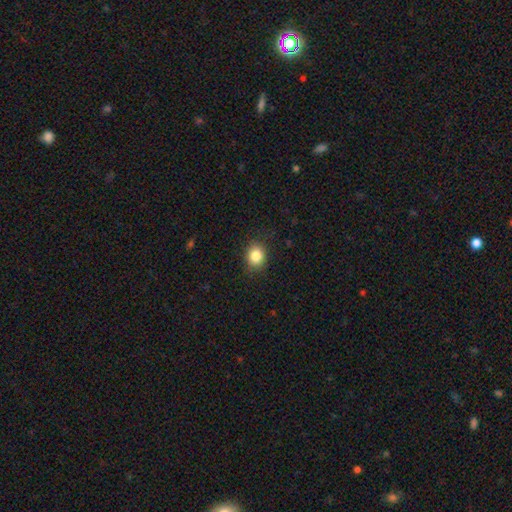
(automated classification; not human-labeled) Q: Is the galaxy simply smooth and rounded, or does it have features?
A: smooth — 85%.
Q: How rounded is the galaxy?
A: round — 65%.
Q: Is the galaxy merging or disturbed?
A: none — 87%.